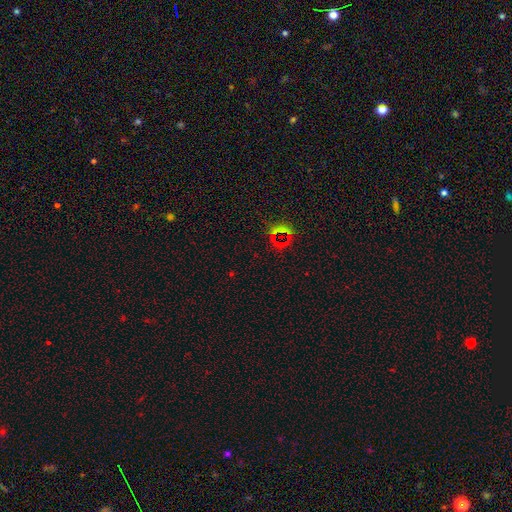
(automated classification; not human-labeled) Smooth or featured?
  - star or artifact: 71% *
  - smooth: 20%
  - featured or disk: 8%